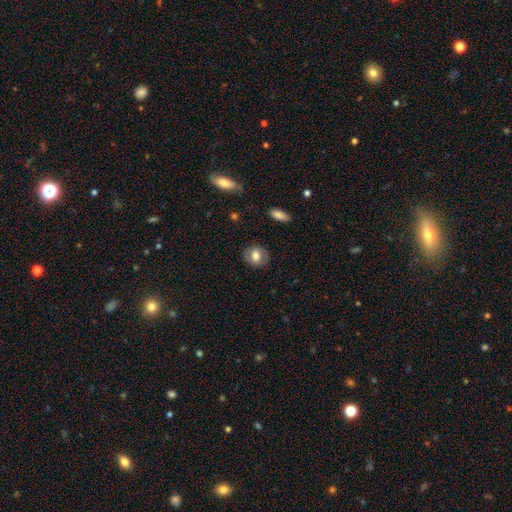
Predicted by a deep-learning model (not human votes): Overall: smooth (66%). How rounded: round (61%; in between 37%). Merging: none (84%).